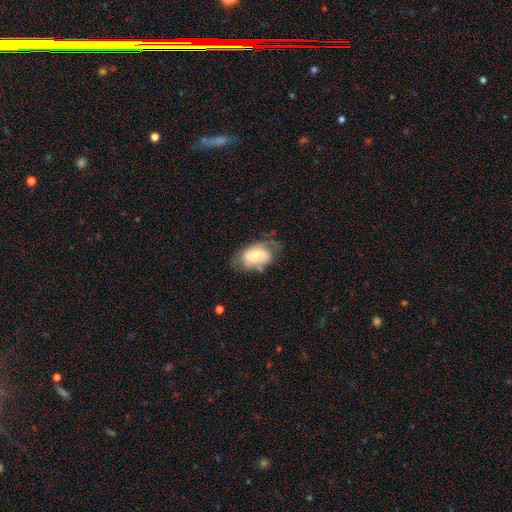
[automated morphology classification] Overall: smooth (48%; featured or disk 44%). Merging: none (53%; minor disturbance 29%).